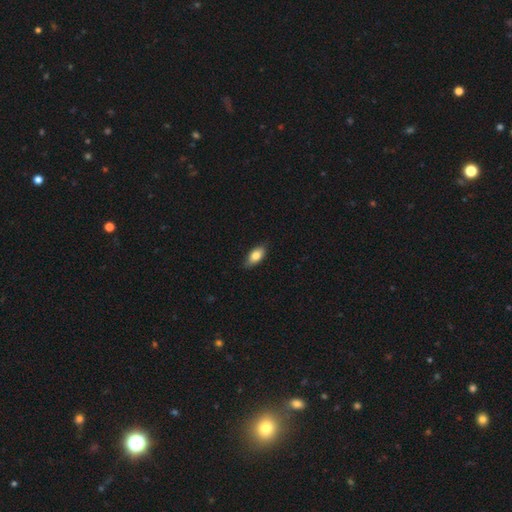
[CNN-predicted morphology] type=smooth (78%); roundness=in between (88%); merging=none (80%).